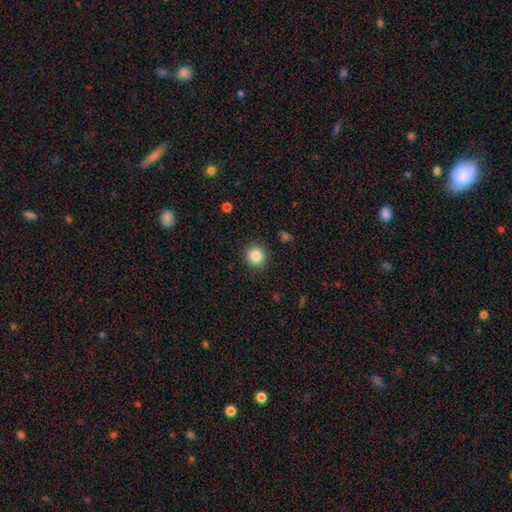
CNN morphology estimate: Smooth or featured?
  - smooth: 86% *
  - star or artifact: 10%
  - featured or disk: 5%
How rounded?
  - round: 88% *
  - in between: 11%
  - cigar-shaped: 1%
Merging?
  - none: 89% *
  - minor disturbance: 8%
  - major disturbance: 2%
  - merger: 1%